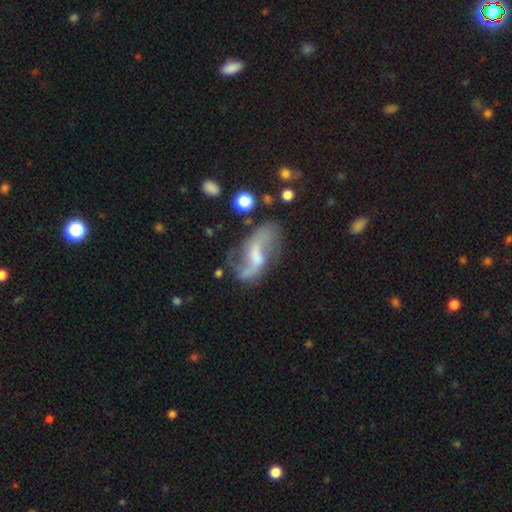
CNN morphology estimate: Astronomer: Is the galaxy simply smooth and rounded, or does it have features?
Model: featured or disk — 78%.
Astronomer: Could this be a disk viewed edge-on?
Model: no — 95%.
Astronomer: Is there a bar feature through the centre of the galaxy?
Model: weak — 49% (runner-up: no, 30%).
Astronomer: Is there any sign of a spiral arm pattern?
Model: yes — 89%.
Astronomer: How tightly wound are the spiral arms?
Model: loose — 64%.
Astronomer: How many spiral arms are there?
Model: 2 — 83%.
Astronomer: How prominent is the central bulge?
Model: moderate — 36% (runner-up: small, 32%).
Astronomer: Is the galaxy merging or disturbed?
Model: none — 58%.